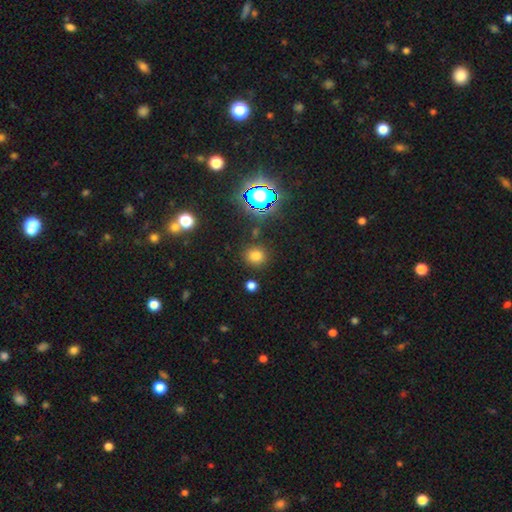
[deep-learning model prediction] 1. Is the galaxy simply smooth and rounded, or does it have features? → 73% smooth, 21% star or artifact, 6% featured or disk.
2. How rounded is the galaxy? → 81% round, 18% in between, 1% cigar-shaped.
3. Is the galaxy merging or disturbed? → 86% none, 8% minor disturbance, 3% merger, 3% major disturbance.